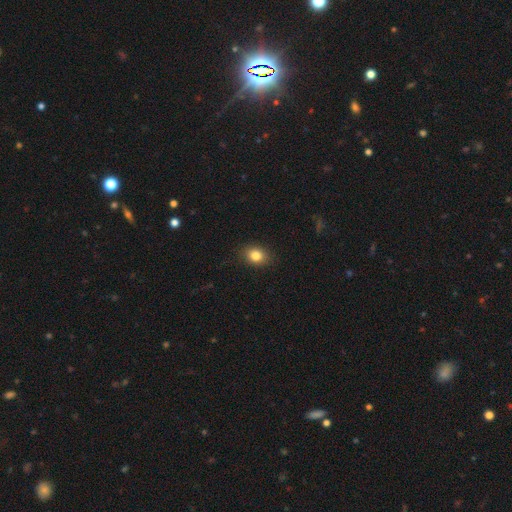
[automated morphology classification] Smooth or featured? Predicted: smooth (p=0.83). How rounded? Predicted: in between (p=0.57). Merging? Predicted: none (p=0.87).